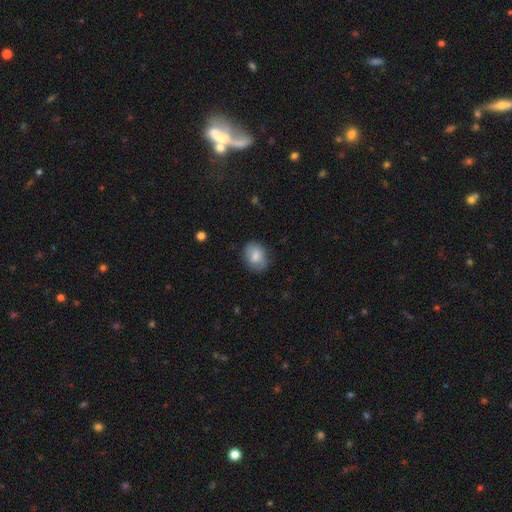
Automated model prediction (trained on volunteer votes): smooth-or-featured: smooth: 78% | featured or disk: 14% | star or artifact: 7%
  how-rounded: in between: 56% | round: 43% | cigar-shaped: 1%
  merging: none: 79% | minor disturbance: 16% | major disturbance: 4% | merger: 1%